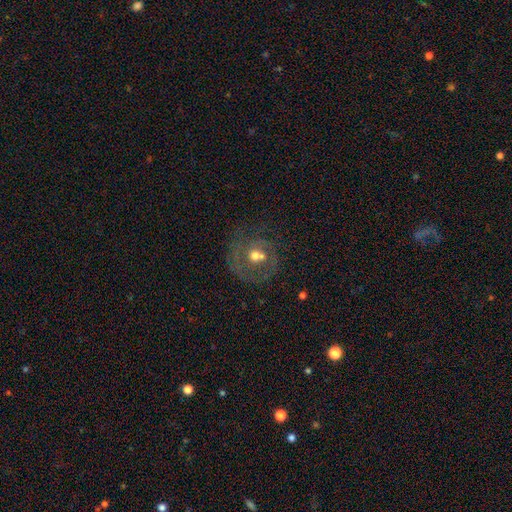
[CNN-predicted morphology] A featured or disk galaxy (53%) with no bar (86%), no spiral arms (65%) and a moderate central bulge (71%).

Vote fractions:
- Smooth or featured? featured or disk: 53% / smooth: 36% / star or artifact: 11%
- Edge-on disk? no: 97% / yes: 3%
- Bar? no: 86% / weak: 11% / strong: 3%
- Spiral arms? no: 65% / yes: 35%
- Bulge size? moderate: 71% / small: 15% / large: 9% / none: 3% / dominant: 2%
- Merging? none: 41% / merger: 29% / minor disturbance: 15% / major disturbance: 15%